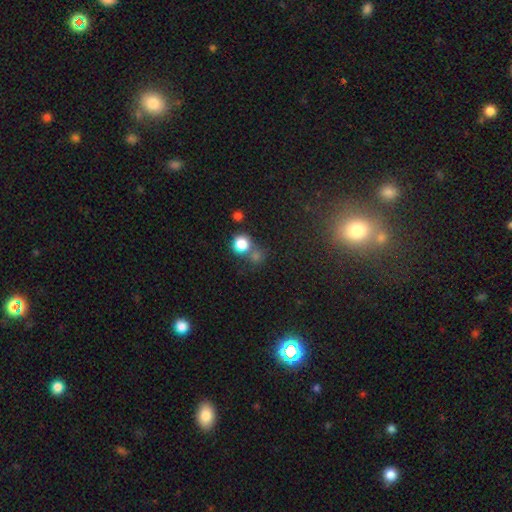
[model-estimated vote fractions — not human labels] This is likely a smooth galaxy (63%). How rounded: clearly round (90%). Merging: likely none (64%).